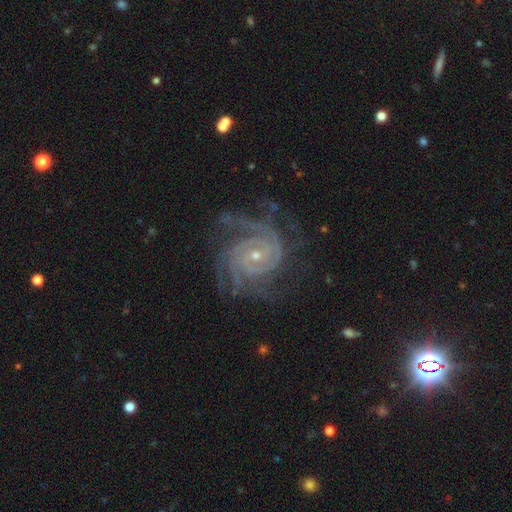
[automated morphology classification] Smooth or featured? featured or disk (91%)
Edge-on disk? no (98%)
Bar? no (61%)
Spiral arms? yes (98%)
Spiral winding? tight (75%)
Spiral arm count? 3 (25%)
Bulge size? small (70%)
Merging? none (69%)